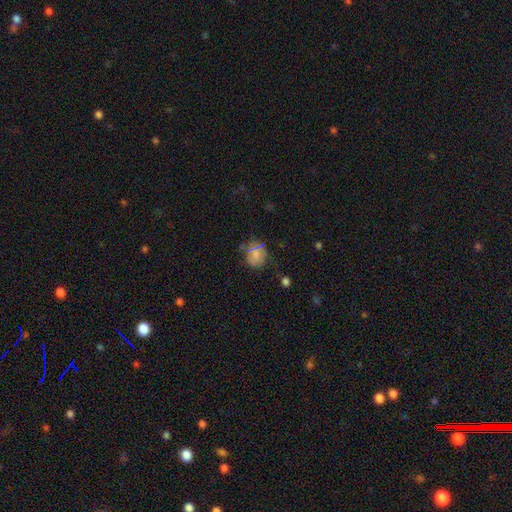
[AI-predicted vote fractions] Overall: smooth (68%). How rounded: round (73%). Merging: none (70%).